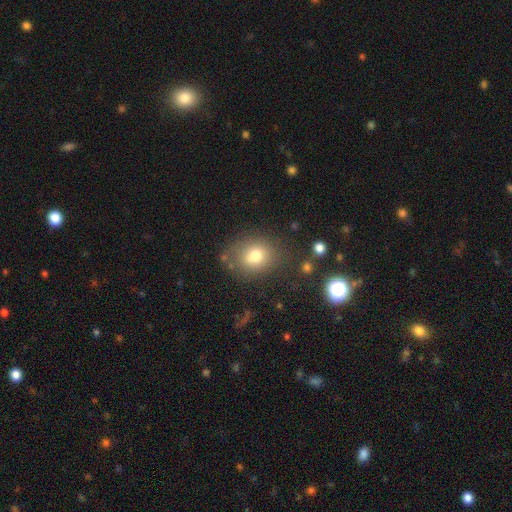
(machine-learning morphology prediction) Smooth or featured? Predicted: smooth (p=0.75). How rounded? Predicted: round (p=0.54). Merging? Predicted: none (p=0.69).